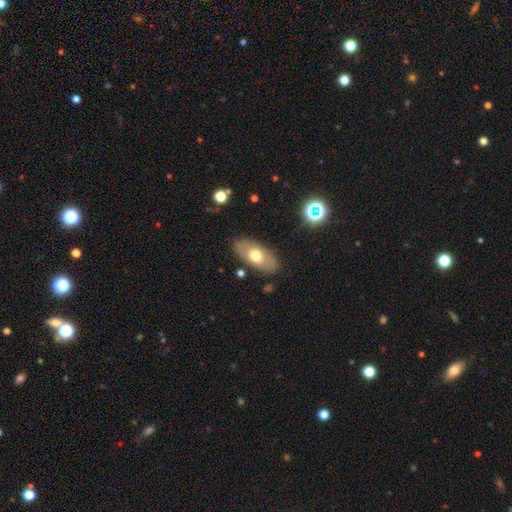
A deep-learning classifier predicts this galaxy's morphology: This is likely a smooth galaxy (61%). How rounded: clearly in between (90%). Merging: clearly none (85%).